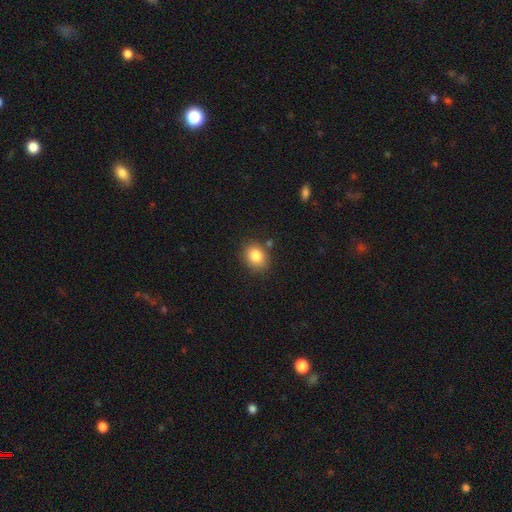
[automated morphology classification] Smooth or featured?
  - smooth: 84% *
  - star or artifact: 9%
  - featured or disk: 7%
How rounded?
  - round: 50% *
  - in between: 49%
  - cigar-shaped: 1%
Merging?
  - none: 81% *
  - minor disturbance: 12%
  - merger: 4%
  - major disturbance: 3%